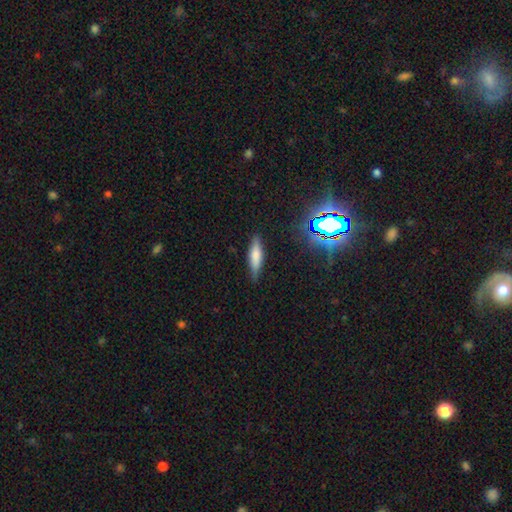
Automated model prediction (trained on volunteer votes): Overall: smooth (65%). How rounded: cigar-shaped (64%; in between 34%). Merging: none (82%).